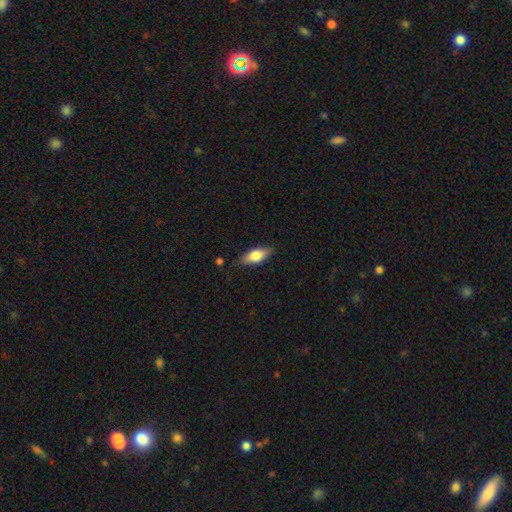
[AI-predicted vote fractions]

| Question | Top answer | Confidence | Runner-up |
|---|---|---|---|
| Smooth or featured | smooth | 66% | featured or disk (28%) |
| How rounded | in between | 75% | cigar-shaped (22%) |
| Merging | none | 80% | minor disturbance (15%) |